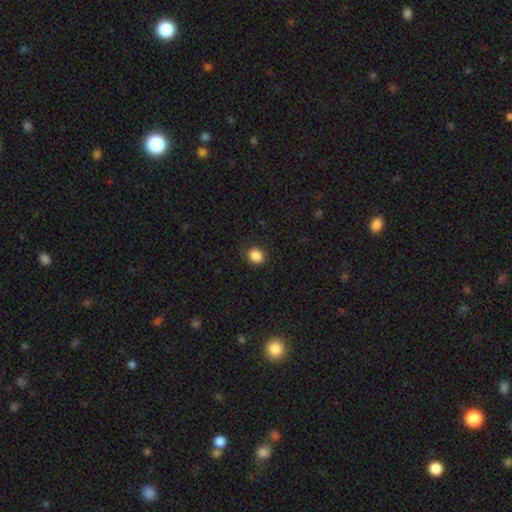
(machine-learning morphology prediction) This appears to be a smooth galaxy with no disk features (87%) that is round (76%). Merging: none (86%).